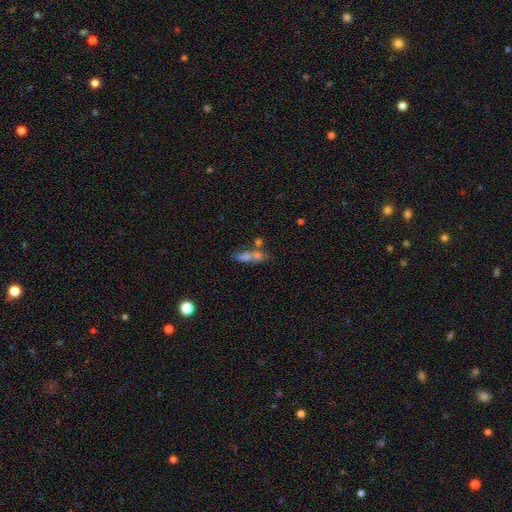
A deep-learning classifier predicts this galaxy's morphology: smooth_or_featured: smooth (p=0.53) [alt: featured or disk p=0.28]
how_rounded: cigar-shaped (p=0.49) [alt: in between p=0.40]
merging: none (p=0.45) [alt: merger p=0.36]